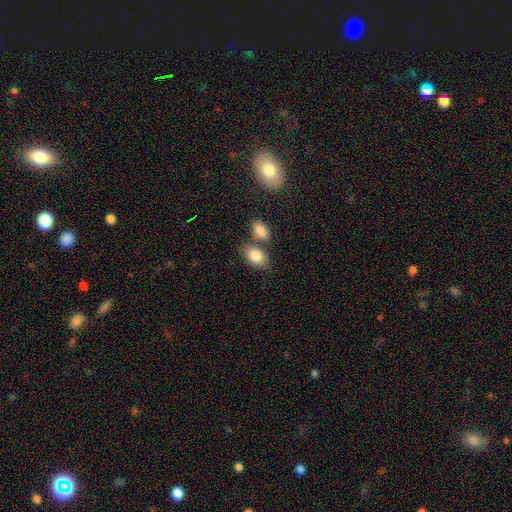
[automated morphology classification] This appears to be a smooth galaxy with no disk features (84%) that is in between round and cigar-shaped (84%). Merging: none (53%).